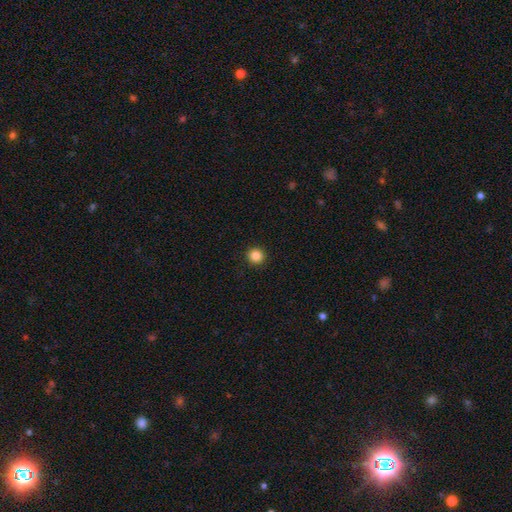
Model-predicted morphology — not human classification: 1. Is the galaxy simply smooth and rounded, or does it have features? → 86% smooth, 11% star or artifact, 4% featured or disk.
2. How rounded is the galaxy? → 94% round, 5% in between, 1% cigar-shaped.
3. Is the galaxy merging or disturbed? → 93% none, 5% minor disturbance, 2% major disturbance, 1% merger.